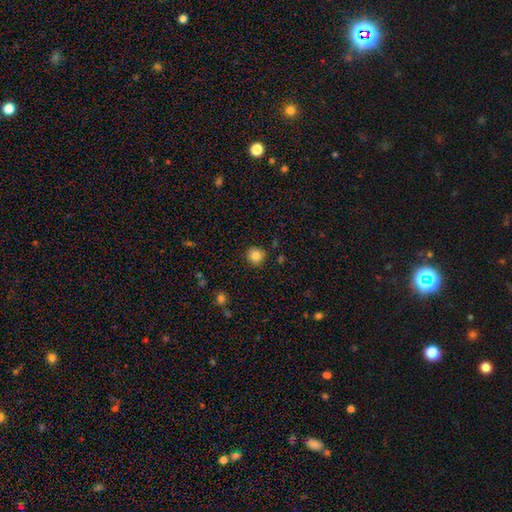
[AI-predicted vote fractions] Smooth or featured: smooth — 84% (star or artifact — 11%)
How rounded: round — 93% (in between — 6%)
Merging: none — 89% (minor disturbance — 8%)